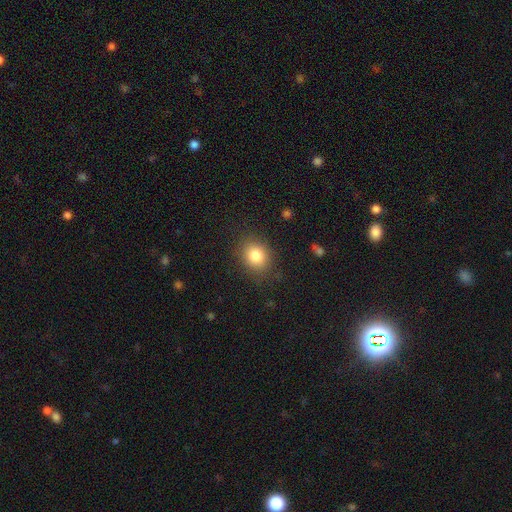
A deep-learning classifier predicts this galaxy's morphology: Overall: smooth (82%). How rounded: round (58%; in between 41%). Merging: none (84%).